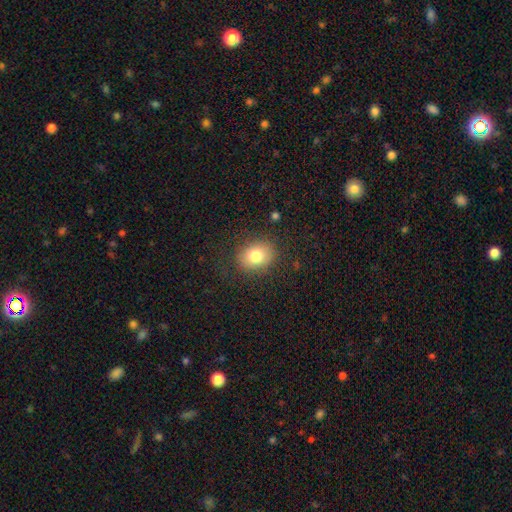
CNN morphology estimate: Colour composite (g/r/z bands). It shows a smooth galaxy with no disk features (79%) that is round (51%). Merging: none (83%).